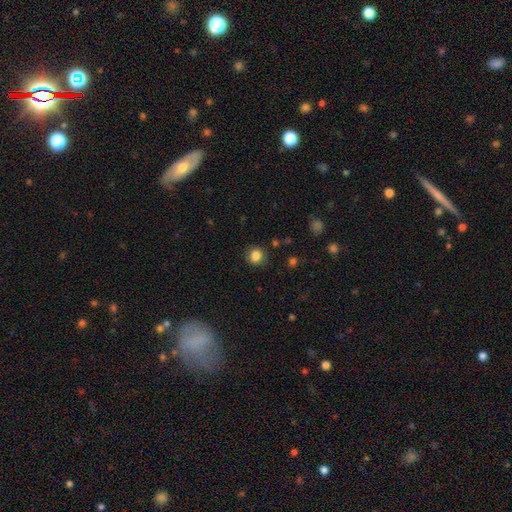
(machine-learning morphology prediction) type=smooth (84%); roundness=round (81%); merging=none (86%).